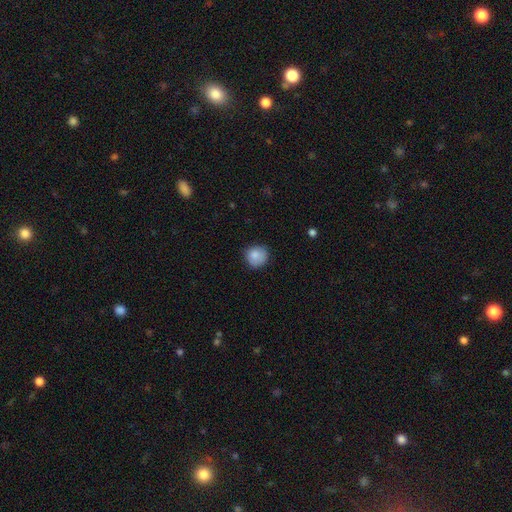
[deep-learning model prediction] Smooth or featured? smooth (84%)
How rounded? round (88%)
Merging? none (74%)